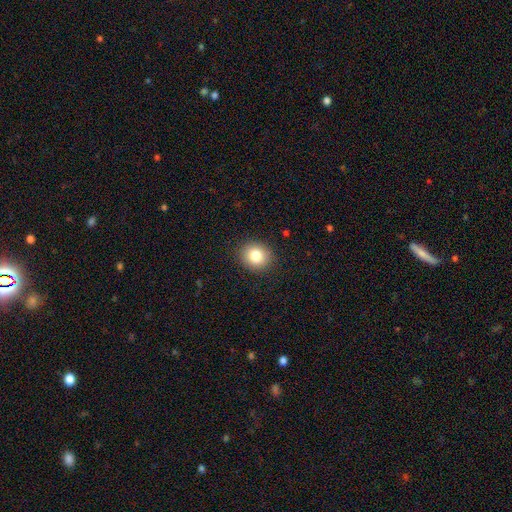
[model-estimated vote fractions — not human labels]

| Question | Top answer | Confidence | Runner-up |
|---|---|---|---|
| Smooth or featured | smooth | 82% | star or artifact (10%) |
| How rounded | round | 78% | in between (21%) |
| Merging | none | 90% | minor disturbance (7%) |